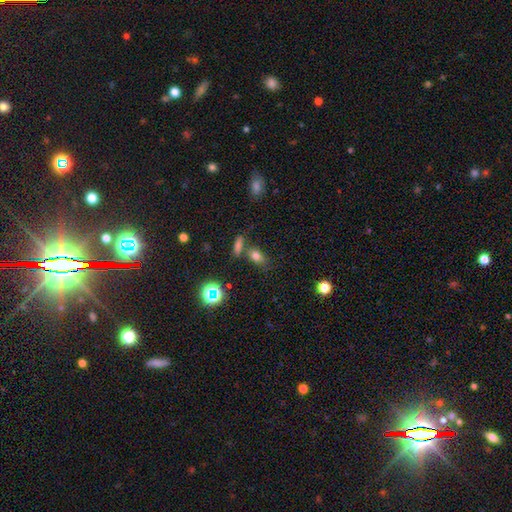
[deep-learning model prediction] A smooth galaxy with no disk features (72%) that is in between round and cigar-shaped (75%).

Vote fractions:
- Smooth or featured? smooth: 72% / star or artifact: 17% / featured or disk: 11%
- How rounded? in between: 75% / round: 16% / cigar-shaped: 8%
- Merging? none: 64% / merger: 20% / minor disturbance: 12% / major disturbance: 4%